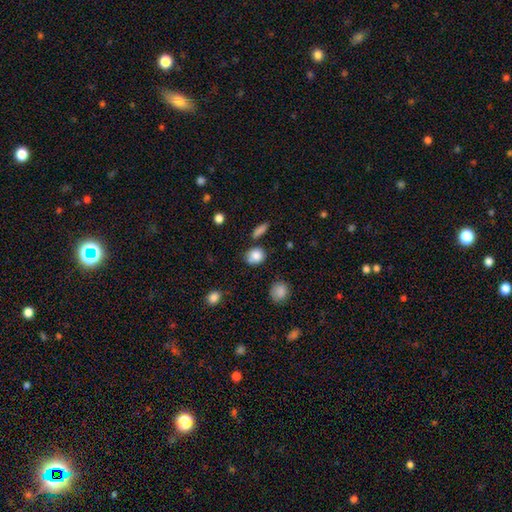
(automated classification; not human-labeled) A smooth galaxy with no disk features (84%) that is round (66%).

Vote fractions:
- Smooth or featured? smooth: 84% / star or artifact: 10% / featured or disk: 6%
- How rounded? round: 66% / in between: 33% / cigar-shaped: 2%
- Merging? none: 70% / minor disturbance: 18% / merger: 8% / major disturbance: 4%